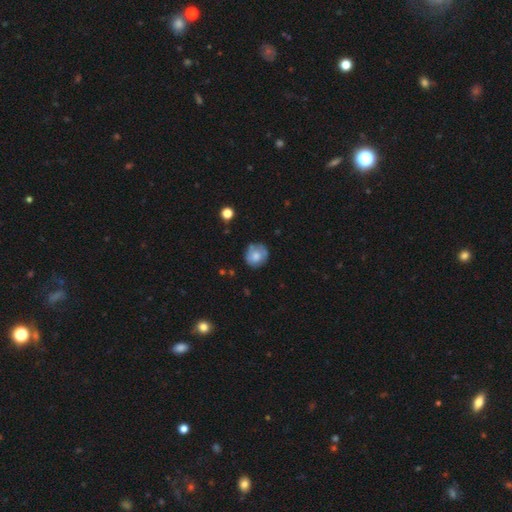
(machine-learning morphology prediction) This is likely a smooth galaxy (67%). How rounded: clearly round (83%). Merging: likely none (72%).